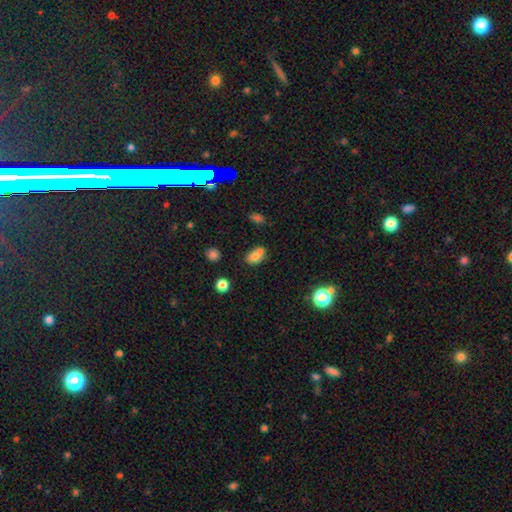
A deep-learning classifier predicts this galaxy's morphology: Smooth or featured?
  - smooth: 72% *
  - featured or disk: 16%
  - star or artifact: 13%
How rounded?
  - in between: 77% *
  - round: 21%
  - cigar-shaped: 2%
Merging?
  - none: 43% *
  - merger: 36%
  - minor disturbance: 15%
  - major disturbance: 5%